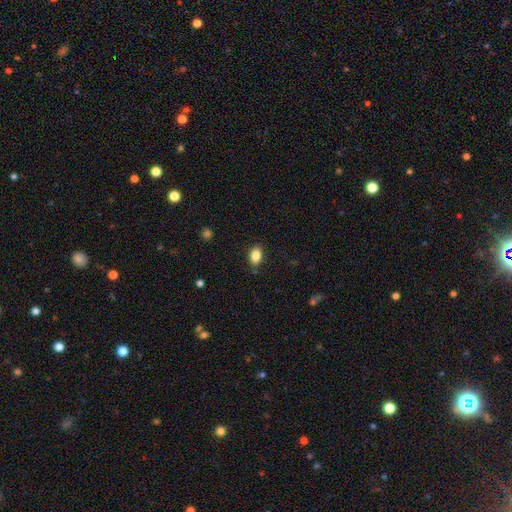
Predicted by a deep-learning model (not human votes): The model was most divided on "merging": none: 84%, minor disturbance: 11%, major disturbance: 3%, merger: 2%. More confident: how rounded — in between (86%); smooth or featured — smooth (85%).